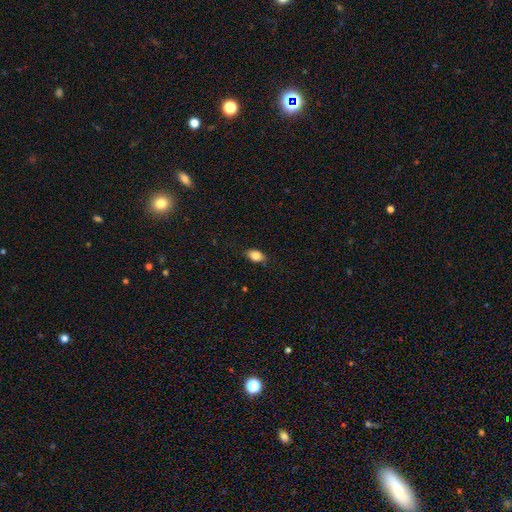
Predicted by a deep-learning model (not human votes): smooth_or_featured: smooth (p=0.85) [alt: star or artifact p=0.08]
how_rounded: in between (p=0.87) [alt: round p=0.11]
merging: none (p=0.84) [alt: minor disturbance p=0.12]